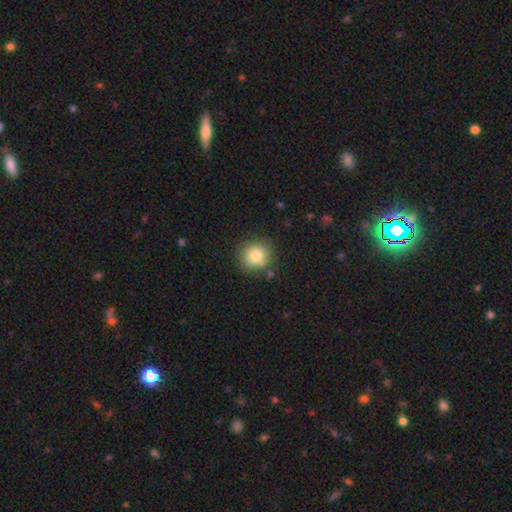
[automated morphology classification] Smooth or featured?
  - smooth: 81% *
  - star or artifact: 10%
  - featured or disk: 9%
How rounded?
  - round: 88% *
  - in between: 11%
  - cigar-shaped: 1%
Merging?
  - none: 82% *
  - minor disturbance: 12%
  - merger: 3%
  - major disturbance: 3%